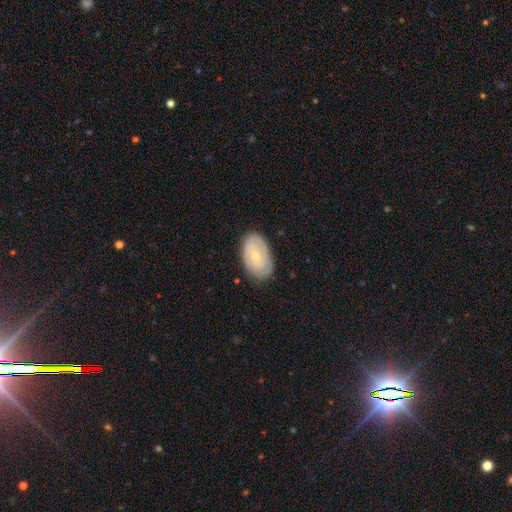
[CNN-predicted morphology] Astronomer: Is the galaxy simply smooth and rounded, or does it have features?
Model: featured or disk — 54% (runner-up: smooth, 40%).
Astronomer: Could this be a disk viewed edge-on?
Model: no — 94%.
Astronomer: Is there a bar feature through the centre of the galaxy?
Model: no — 83%.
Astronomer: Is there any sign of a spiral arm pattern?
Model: yes — 63%.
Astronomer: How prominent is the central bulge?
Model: small — 67%.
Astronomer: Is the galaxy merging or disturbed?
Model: none — 78%.